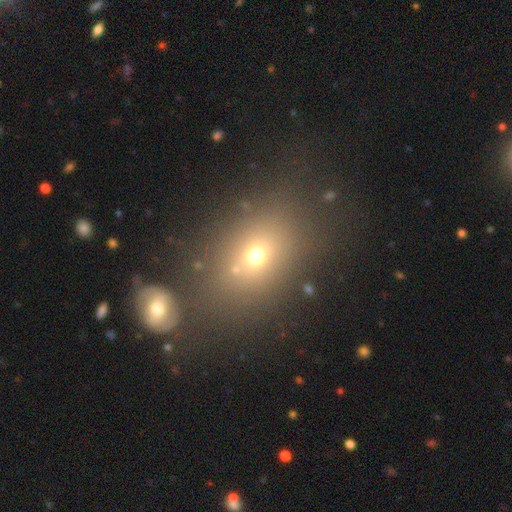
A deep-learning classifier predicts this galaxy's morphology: The model was most divided on "how rounded": in between: 62%, round: 37%, cigar-shaped: 2%. More confident: merging — none (66%); smooth or featured — smooth (63%).